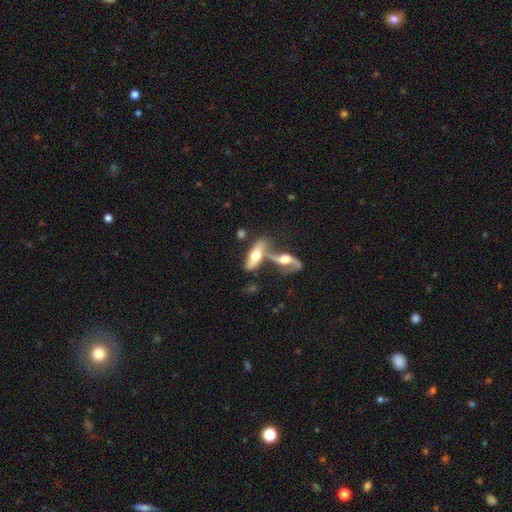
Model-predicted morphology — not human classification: smooth_or_featured: featured or disk (p=0.52) [alt: smooth p=0.41]
disk_edge_on: yes (p=0.51) [alt: no p=0.49]
merging: merger (p=0.57) [alt: none p=0.26]